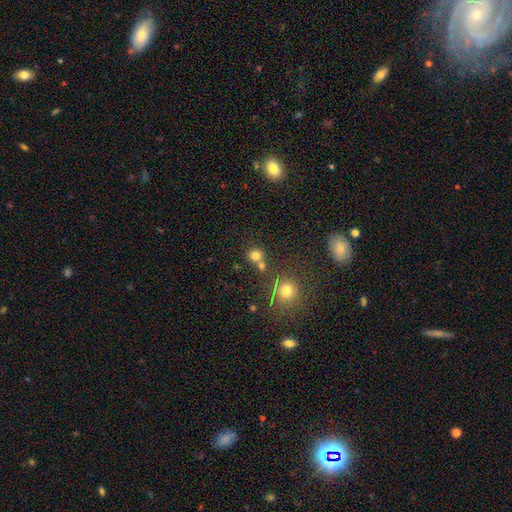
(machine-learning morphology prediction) smooth_or_featured: smooth (p=0.74) [alt: star or artifact p=0.18]
how_rounded: round (p=0.86) [alt: in between p=0.13]
merging: none (p=0.59) [alt: merger p=0.29]